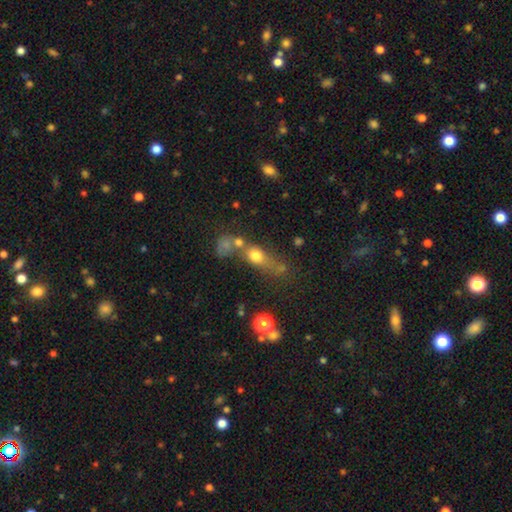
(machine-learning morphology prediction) type=smooth (67%); roundness=in between (49%); merging=merger (37%).